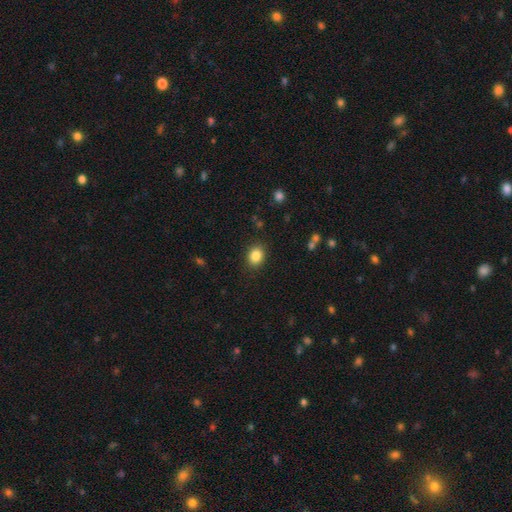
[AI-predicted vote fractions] smooth 85%, star or artifact 9%, featured or disk 5%. Down the decision tree: how rounded — in between (54%); merging — none (88%).